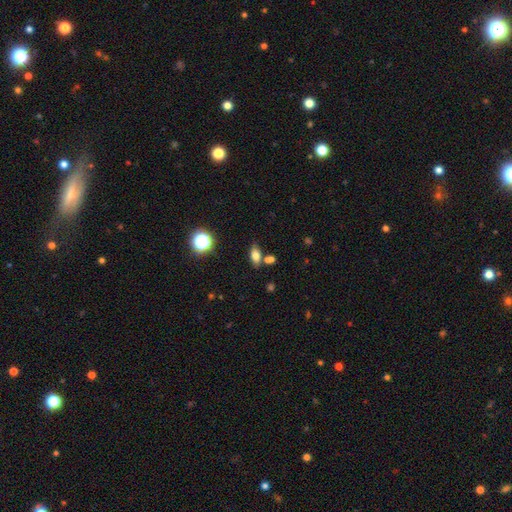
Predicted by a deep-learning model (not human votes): Overall: smooth (71%). How rounded: in between (80%). Merging: none (71%).